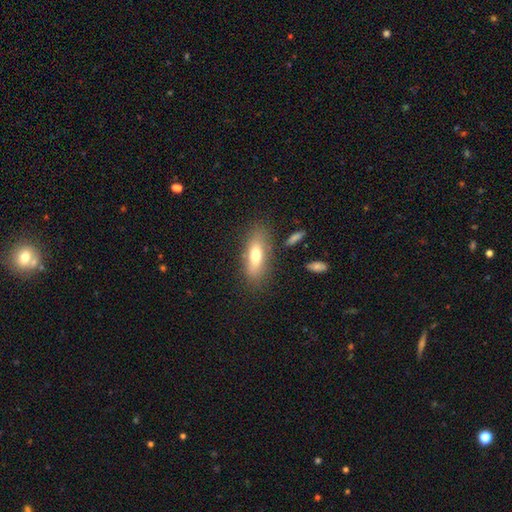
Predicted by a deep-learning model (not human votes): Smooth or featured?
  - smooth: 69% *
  - featured or disk: 23%
  - star or artifact: 8%
How rounded?
  - in between: 65% *
  - cigar-shaped: 31%
  - round: 3%
Merging?
  - none: 76% *
  - minor disturbance: 15%
  - major disturbance: 6%
  - merger: 4%